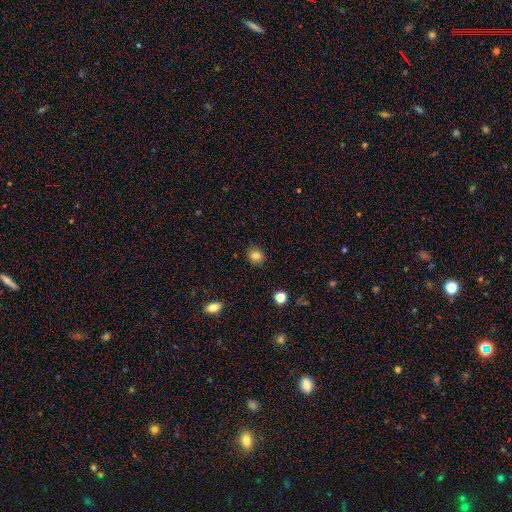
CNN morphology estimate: smooth-or-featured: smooth: 82% | star or artifact: 11% | featured or disk: 7%
  how-rounded: round: 79% | in between: 20% | cigar-shaped: 1%
  merging: none: 90% | minor disturbance: 7% | major disturbance: 2% | merger: 1%